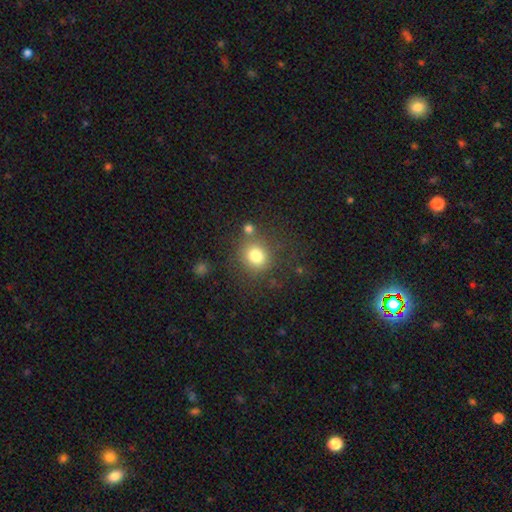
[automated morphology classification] smooth-or-featured: smooth: 79% | star or artifact: 13% | featured or disk: 8%
  how-rounded: round: 86% | in between: 13% | cigar-shaped: 1%
  merging: none: 73% | minor disturbance: 11% | merger: 10% | major disturbance: 6%